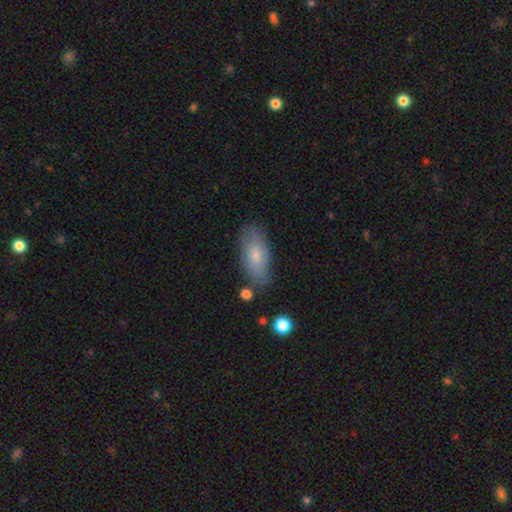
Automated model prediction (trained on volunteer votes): A smooth galaxy with no disk features (73%) that is in between round and cigar-shaped (87%).

Vote fractions:
- Smooth or featured? smooth: 73% / featured or disk: 20% / star or artifact: 7%
- How rounded? in between: 87% / cigar-shaped: 10% / round: 3%
- Merging? none: 76% / minor disturbance: 17% / major disturbance: 4% / merger: 3%